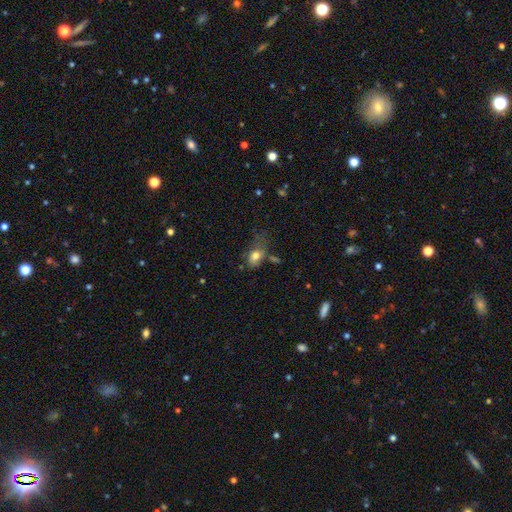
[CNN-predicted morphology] Smooth or featured? Predicted: smooth (p=0.77). How rounded? Predicted: in between (p=0.80). Merging? Predicted: none (p=0.34).